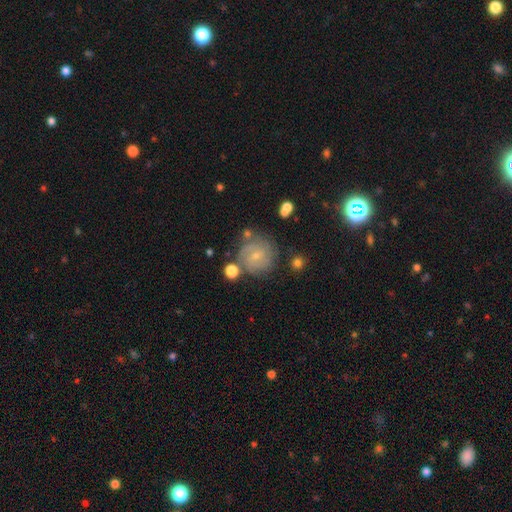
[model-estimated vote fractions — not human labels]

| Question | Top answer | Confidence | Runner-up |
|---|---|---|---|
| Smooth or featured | featured or disk | 65% | smooth (25%) |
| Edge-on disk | no | 97% | yes (3%) |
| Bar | no | 66% | weak (29%) |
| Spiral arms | yes | 89% | no (11%) |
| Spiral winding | tight | 67% | medium (26%) |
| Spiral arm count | can't tell | 36% | 2 (22%) |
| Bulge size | small | 76% | moderate (20%) |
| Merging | none | 71% | minor disturbance (16%) |